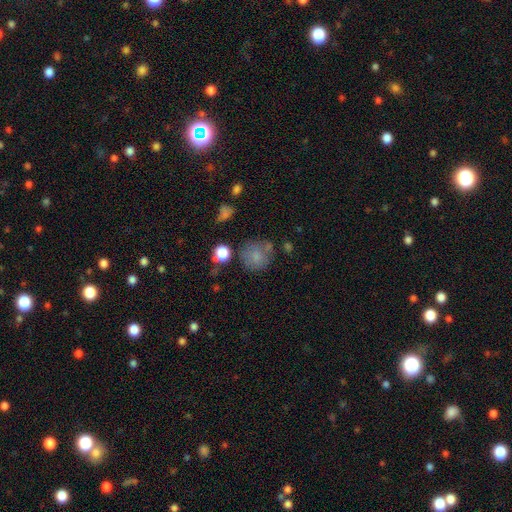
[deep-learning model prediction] smooth_or_featured: smooth (p=0.76) [alt: featured or disk p=0.12]
how_rounded: round (p=0.87) [alt: in between p=0.12]
merging: none (p=0.64) [alt: minor disturbance p=0.18]